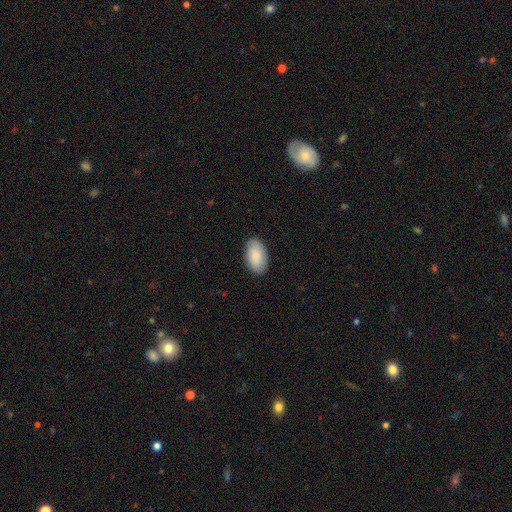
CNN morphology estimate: A smooth galaxy with no disk features (87%) that is in between round and cigar-shaped (95%).

Vote fractions:
- Smooth or featured? smooth: 87% / featured or disk: 7% / star or artifact: 6%
- How rounded? in between: 95% / round: 4% / cigar-shaped: 1%
- Merging? none: 86% / minor disturbance: 11% / major disturbance: 2% / merger: 1%